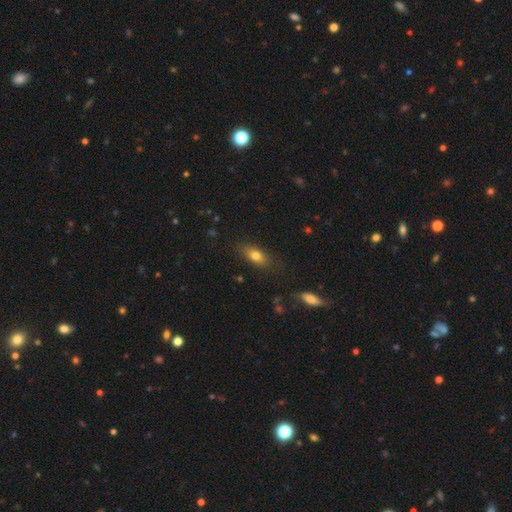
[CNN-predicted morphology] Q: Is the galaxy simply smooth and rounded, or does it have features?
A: smooth — 76%.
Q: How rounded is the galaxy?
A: in between — 78%.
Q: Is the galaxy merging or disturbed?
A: none — 79%.